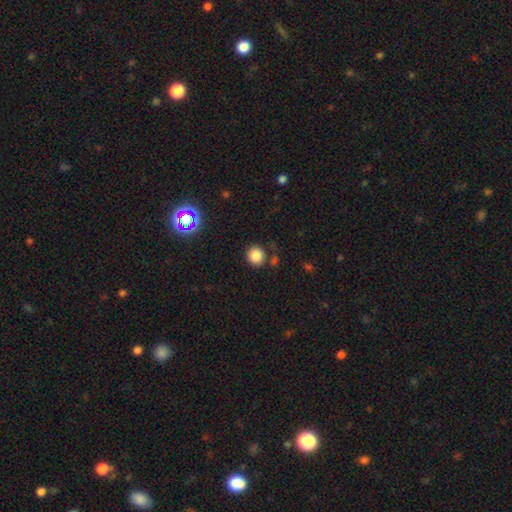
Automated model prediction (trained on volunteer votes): Morphology: type=smooth (83%); roundness=round (88%); merging=none (81%).